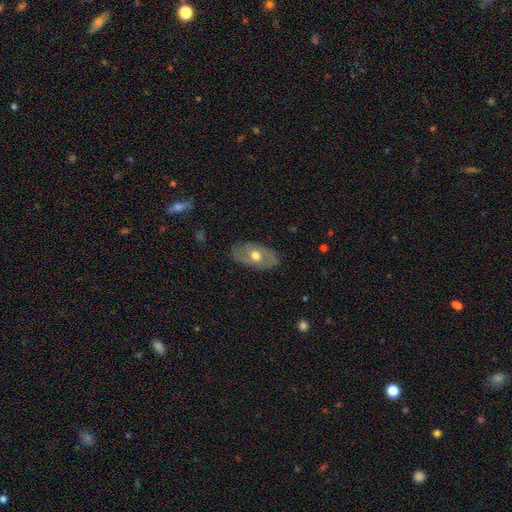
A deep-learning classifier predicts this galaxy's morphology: type=featured or disk (52%); edge-on=no (87%); merging=none (80%).